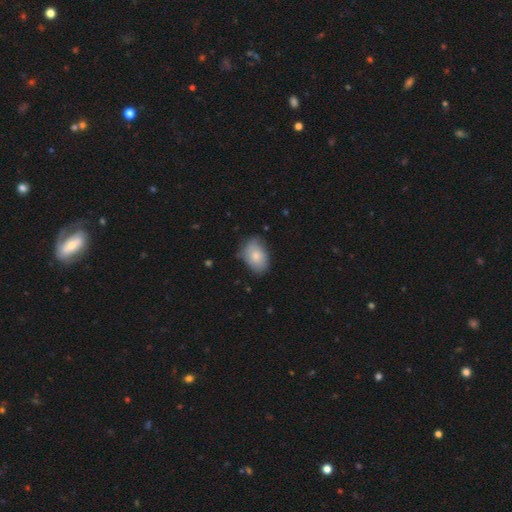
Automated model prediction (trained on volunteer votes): smooth-or-featured: smooth: 81% | featured or disk: 13% | star or artifact: 7%
  how-rounded: in between: 85% | round: 14% | cigar-shaped: 1%
  merging: none: 67% | minor disturbance: 27% | major disturbance: 5% | merger: 2%